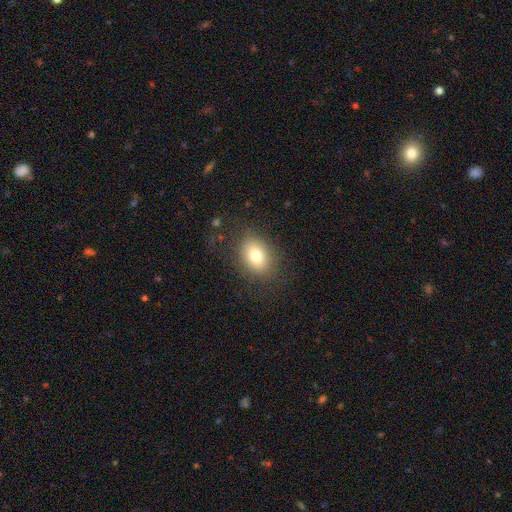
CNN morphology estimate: A smooth galaxy with no disk features (78%) that is in between round and cigar-shaped (67%).

Vote fractions:
- Smooth or featured? smooth: 78% / featured or disk: 12% / star or artifact: 11%
- How rounded? in between: 67% / round: 31% / cigar-shaped: 1%
- Merging? none: 80% / minor disturbance: 12% / major disturbance: 6% / merger: 1%